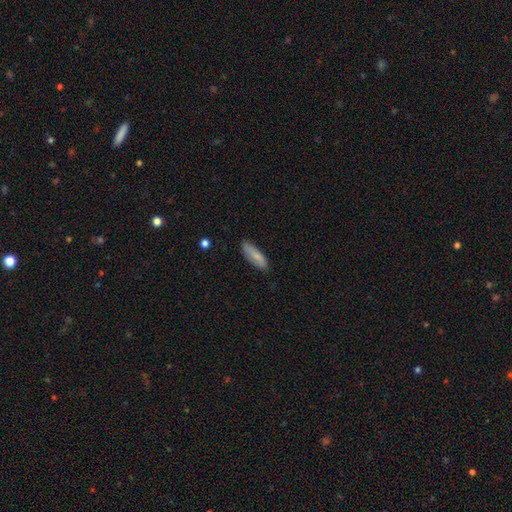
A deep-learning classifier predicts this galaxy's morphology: type=smooth (76%); roundness=in between (55%); merging=none (81%).